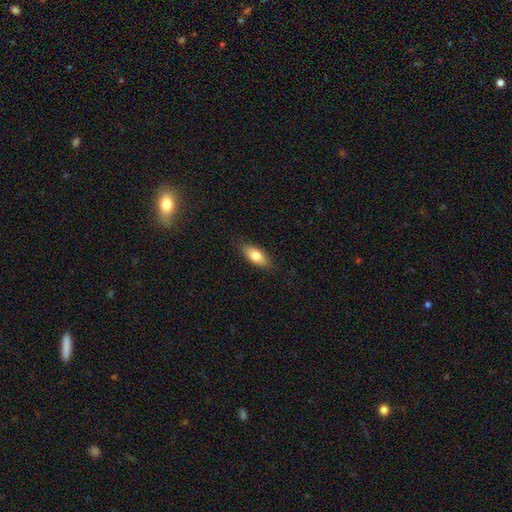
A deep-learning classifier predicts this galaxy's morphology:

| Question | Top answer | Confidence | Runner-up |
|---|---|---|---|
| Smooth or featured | smooth | 79% | featured or disk (14%) |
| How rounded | in between | 81% | cigar-shaped (17%) |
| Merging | none | 85% | minor disturbance (12%) |